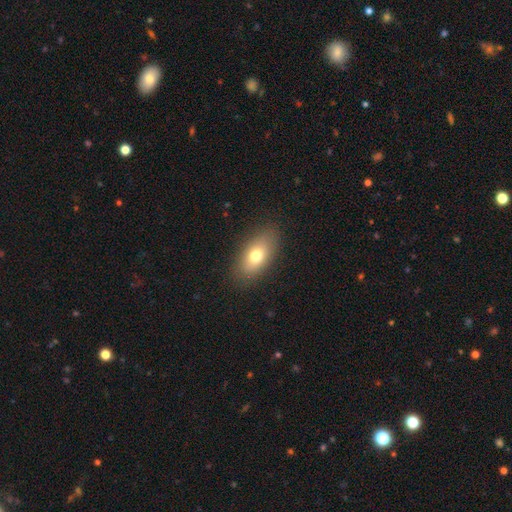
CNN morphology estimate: The model was most divided on "smooth or featured": smooth: 72%, featured or disk: 19%, star or artifact: 9%. More confident: how rounded — in between (87%); merging — none (86%).